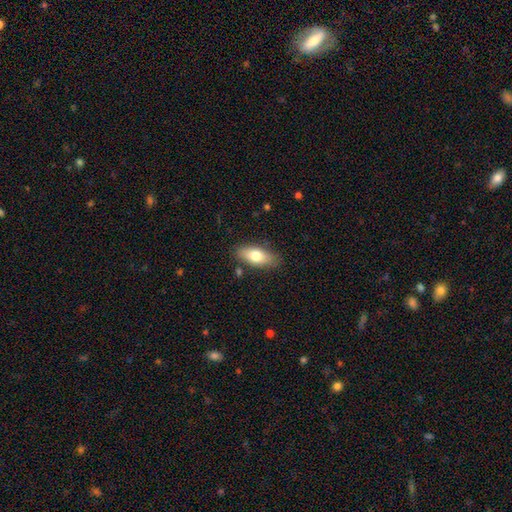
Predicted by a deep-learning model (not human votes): Morphology: type=smooth (75%); roundness=in between (82%); merging=none (83%).